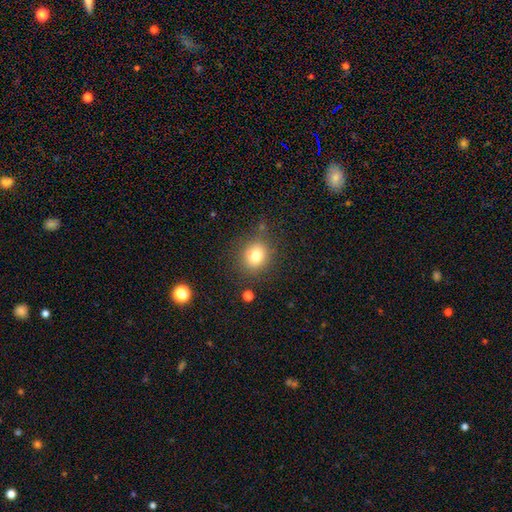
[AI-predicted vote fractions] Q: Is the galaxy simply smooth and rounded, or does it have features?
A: smooth — 78%.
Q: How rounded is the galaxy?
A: round — 73%.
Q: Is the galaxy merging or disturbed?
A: none — 76%.